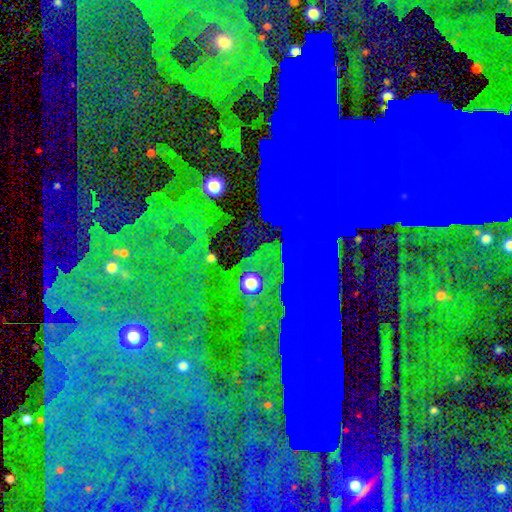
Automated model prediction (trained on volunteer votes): This is likely a star or artifact rather than a galaxy (78%).